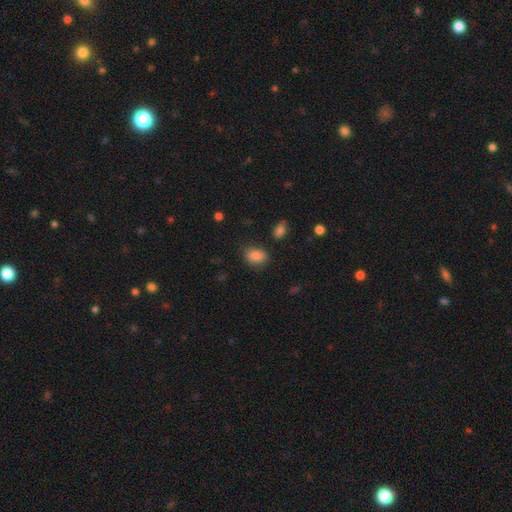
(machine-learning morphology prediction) Smooth or featured? smooth (85%)
How rounded? in between (75%)
Merging? none (78%)